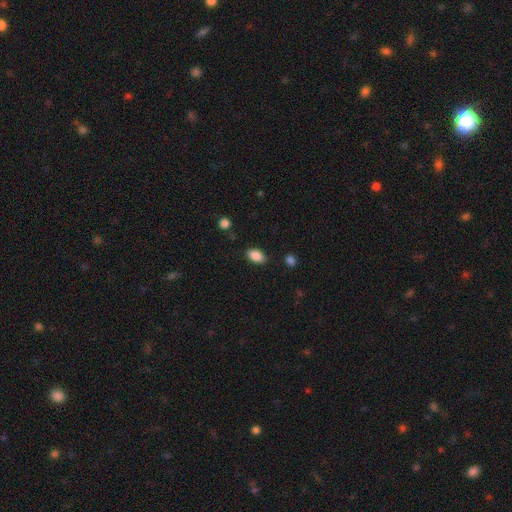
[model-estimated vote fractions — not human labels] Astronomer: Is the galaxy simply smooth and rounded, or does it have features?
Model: smooth — 88%.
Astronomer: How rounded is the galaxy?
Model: in between — 90%.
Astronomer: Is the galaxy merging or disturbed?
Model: none — 84%.